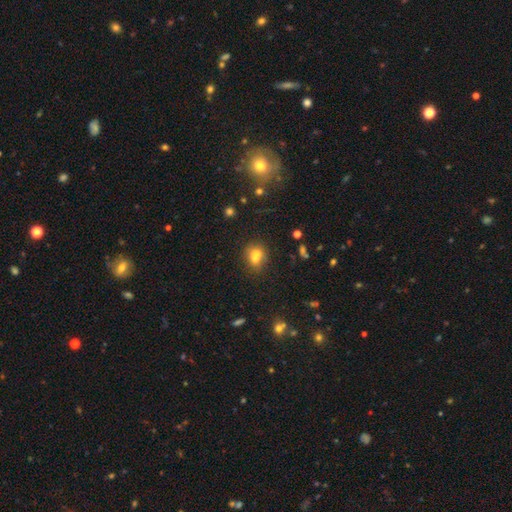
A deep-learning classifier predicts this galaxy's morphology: Overall: smooth (67%). How rounded: round (59%; in between 39%). Merging: merger (47%; none 39%).